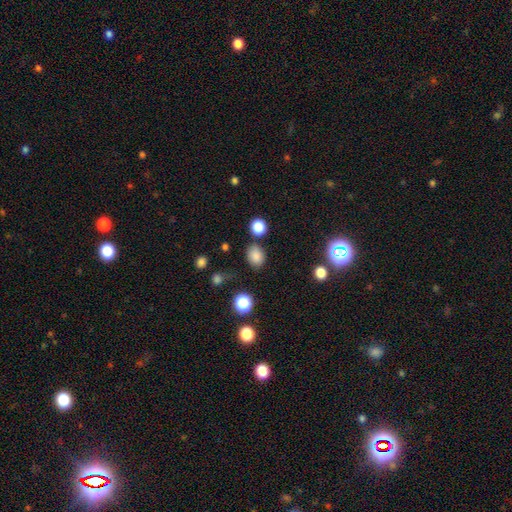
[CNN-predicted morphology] Overall: smooth (82%). How rounded: in between (53%; round 46%). Merging: none (75%).